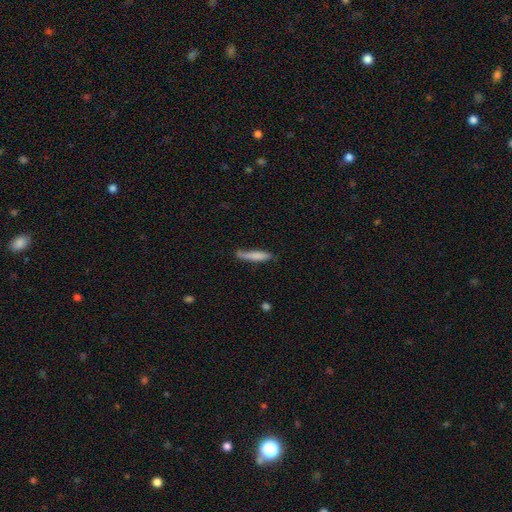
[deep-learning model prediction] smooth_or_featured: smooth (p=0.76) [alt: featured or disk p=0.18]
how_rounded: cigar-shaped (p=0.87) [alt: in between p=0.12]
merging: none (p=0.61) [alt: minor disturbance p=0.26]